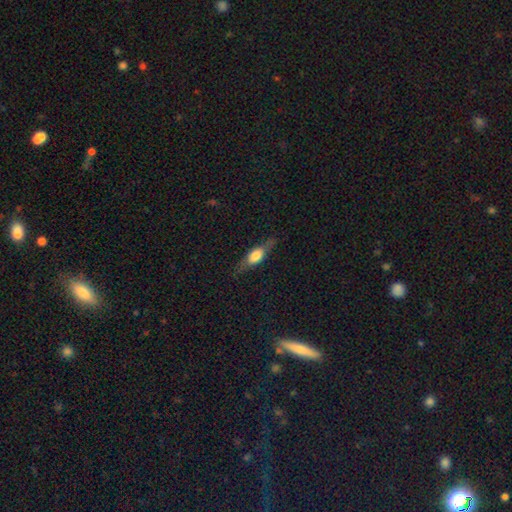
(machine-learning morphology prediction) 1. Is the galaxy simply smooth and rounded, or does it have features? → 49% smooth, 44% featured or disk, 7% star or artifact.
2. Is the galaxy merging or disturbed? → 76% none, 17% minor disturbance, 6% major disturbance, 1% merger.